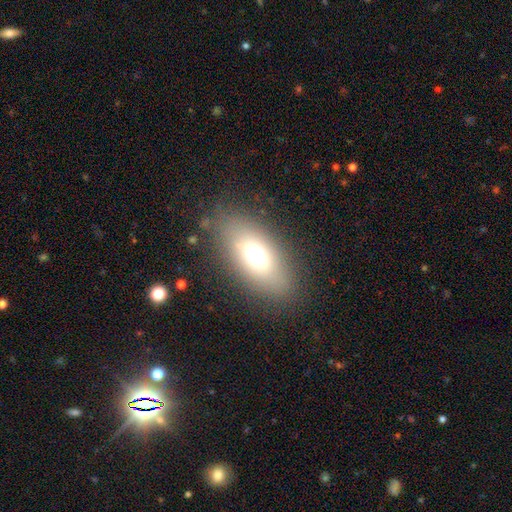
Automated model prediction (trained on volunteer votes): smooth 68%, featured or disk 20%, star or artifact 12%. Down the decision tree: how rounded — in between (85%); merging — none (81%).